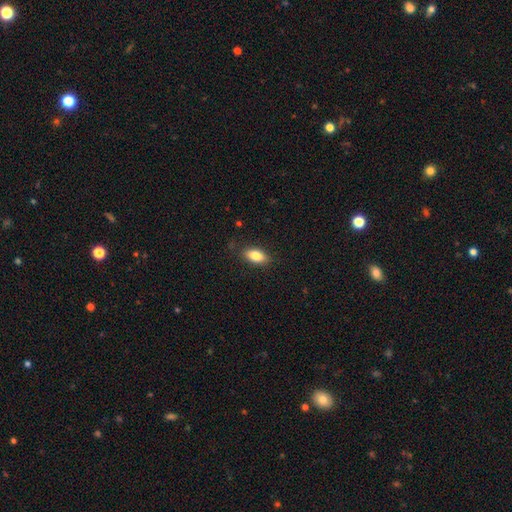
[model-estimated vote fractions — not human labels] Morphology: type=smooth (81%); roundness=in between (87%); merging=none (84%).